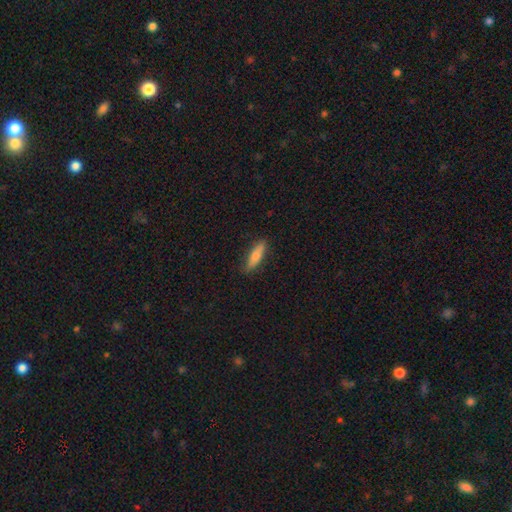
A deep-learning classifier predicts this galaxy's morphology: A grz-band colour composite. It shows a smooth galaxy with no disk features (71%) that is cigar-shaped (69%). Merging: none (84%).